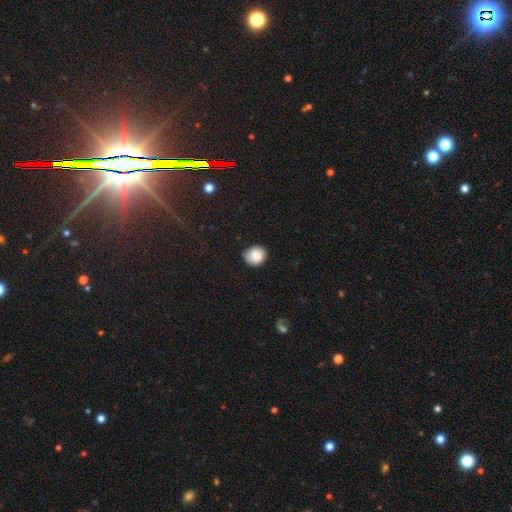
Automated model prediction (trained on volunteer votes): smooth 86%, star or artifact 8%, featured or disk 5%. Down the decision tree: how rounded — round (82%); merging — none (77%).